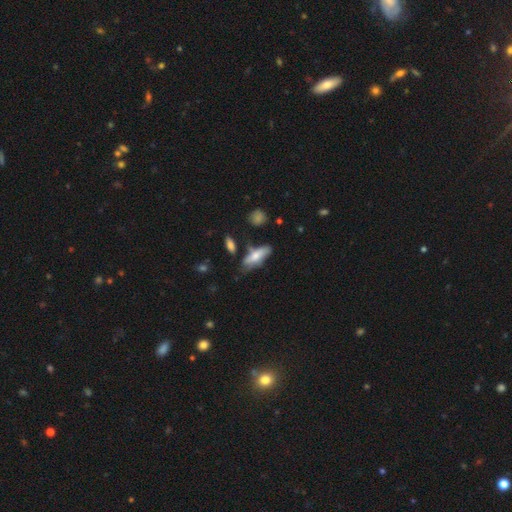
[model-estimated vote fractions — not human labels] smooth-or-featured: smooth: 63% | featured or disk: 31% | star or artifact: 7%
  how-rounded: in between: 63% | cigar-shaped: 34% | round: 2%
  merging: none: 53% | minor disturbance: 28% | major disturbance: 10% | merger: 10%